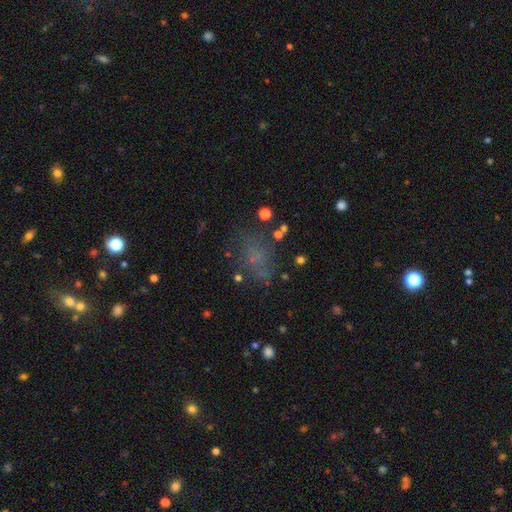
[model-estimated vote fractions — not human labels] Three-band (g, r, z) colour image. It shows a smooth galaxy with no disk features (53%) that is in between round and cigar-shaped (66%). Merging: none (61%).